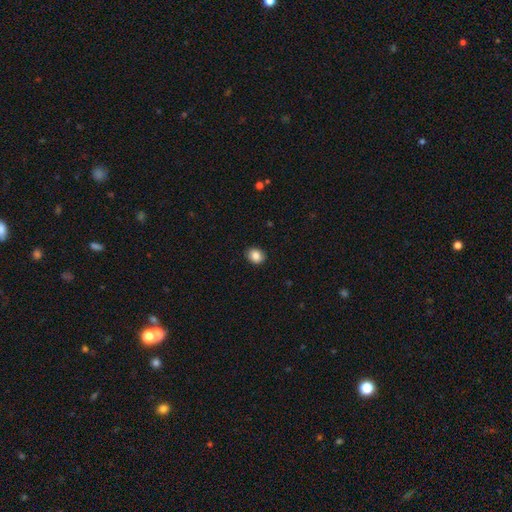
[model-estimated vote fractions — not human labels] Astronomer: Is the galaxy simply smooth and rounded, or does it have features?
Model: smooth — 86%.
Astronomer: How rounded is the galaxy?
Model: round — 59% (runner-up: in between, 40%).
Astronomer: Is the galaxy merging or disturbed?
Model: none — 90%.